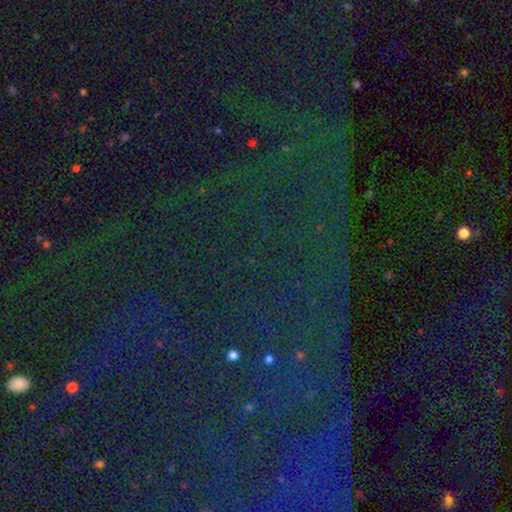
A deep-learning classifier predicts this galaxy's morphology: type=star or artifact (83%).